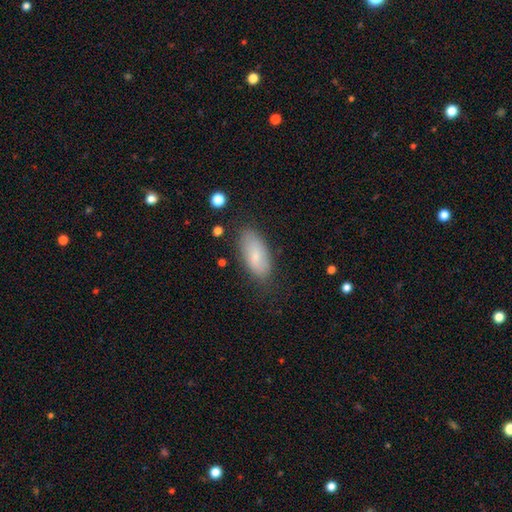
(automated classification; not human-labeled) Smooth or featured? Predicted: smooth (p=0.76). How rounded? Predicted: in between (p=0.87). Merging? Predicted: none (p=0.77).